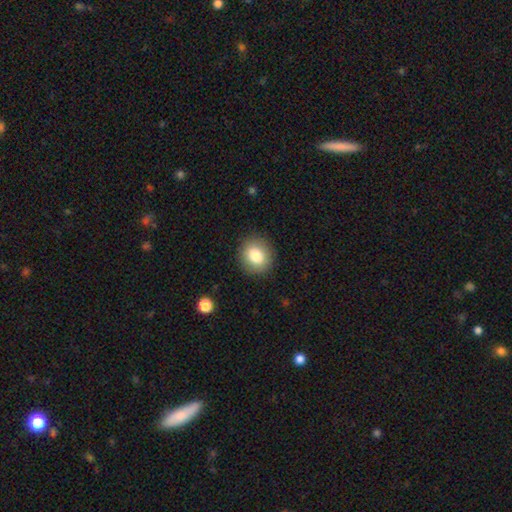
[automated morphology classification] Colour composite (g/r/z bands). It shows a smooth galaxy with no disk features (82%) that is round (78%). Merging: none (90%).